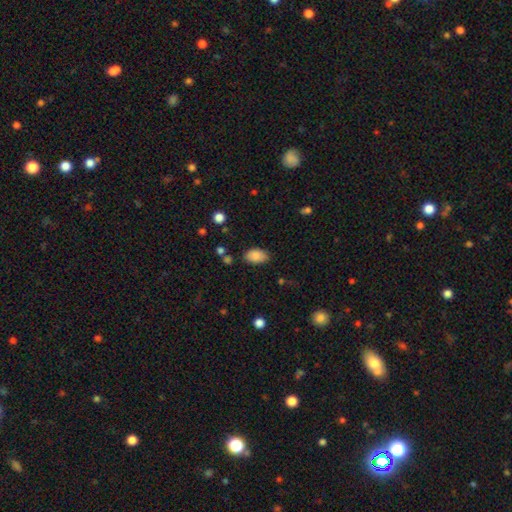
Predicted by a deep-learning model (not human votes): smooth 85%, star or artifact 8%, featured or disk 7%. Down the decision tree: how rounded — in between (92%); merging — none (81%).